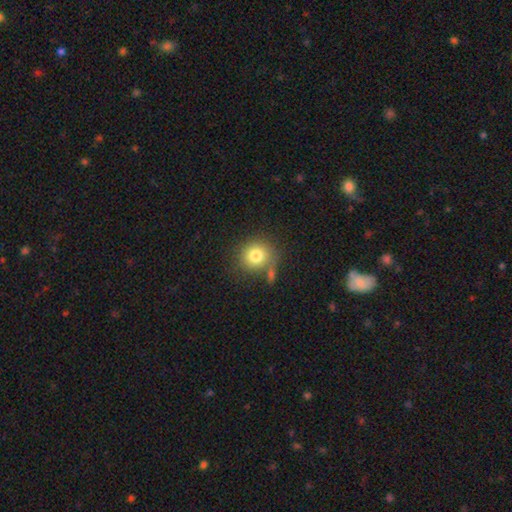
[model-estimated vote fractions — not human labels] Overall: smooth (79%). How rounded: round (86%). Merging: none (68%).